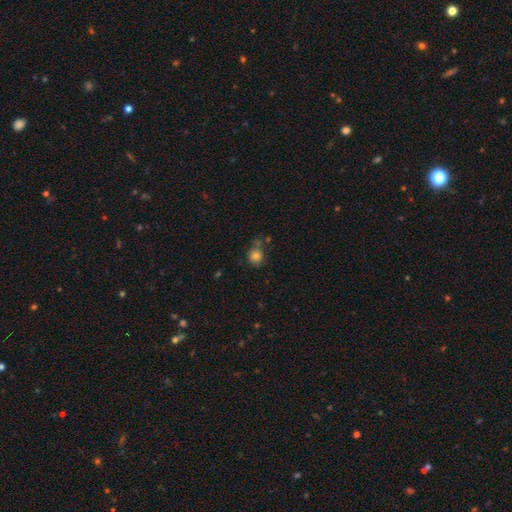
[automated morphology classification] This is likely a smooth galaxy (80%). How rounded: clearly round (82%). Merging: likely none (63%).